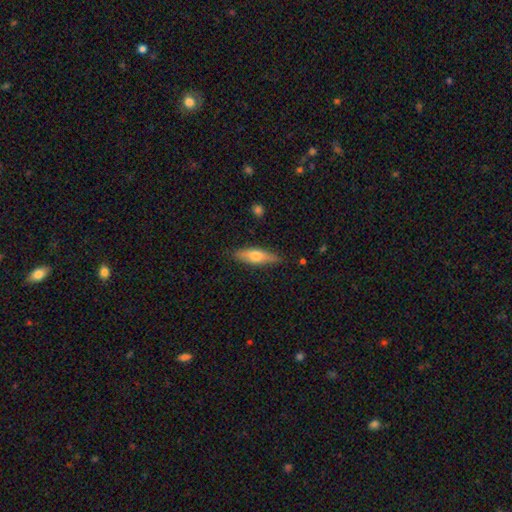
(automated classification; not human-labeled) Smooth or featured?
  - smooth: 58% *
  - featured or disk: 36%
  - star or artifact: 6%
How rounded?
  - cigar-shaped: 59% *
  - in between: 39%
  - round: 2%
Merging?
  - none: 82% *
  - minor disturbance: 14%
  - major disturbance: 3%
  - merger: 1%